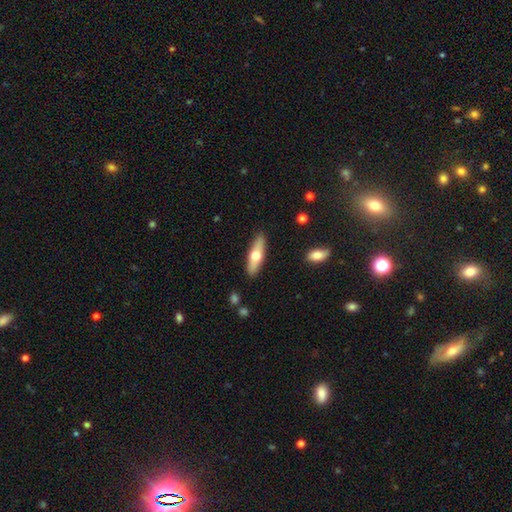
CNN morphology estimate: The model was most divided on "how rounded": cigar-shaped: 53%, in between: 45%, round: 2%. More confident: merging — none (88%); smooth or featured — smooth (56%).